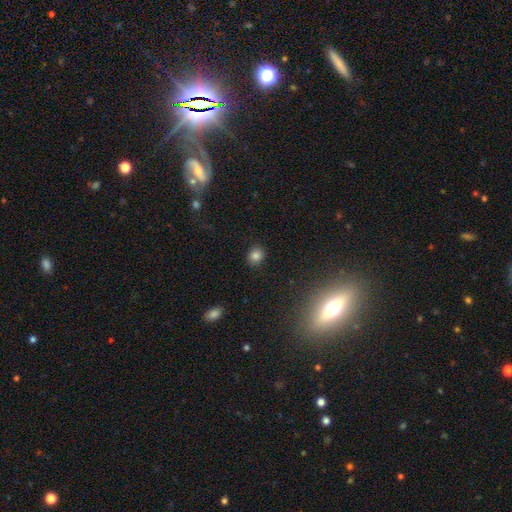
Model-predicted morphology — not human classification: type=smooth (81%); roundness=round (69%); merging=none (87%).